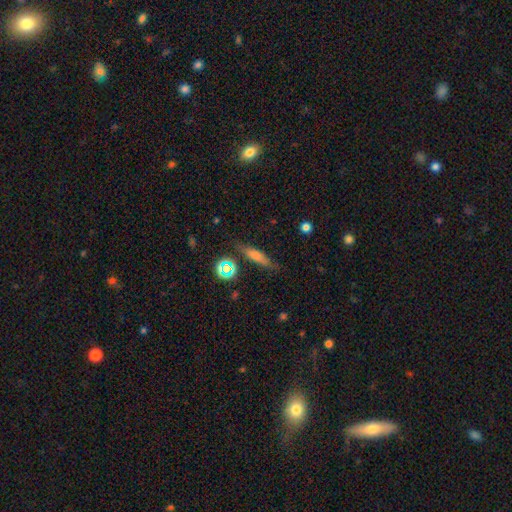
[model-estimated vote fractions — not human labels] This is likely a smooth galaxy (64%). How rounded: likely cigar-shaped (70%). Merging: likely none (72%).